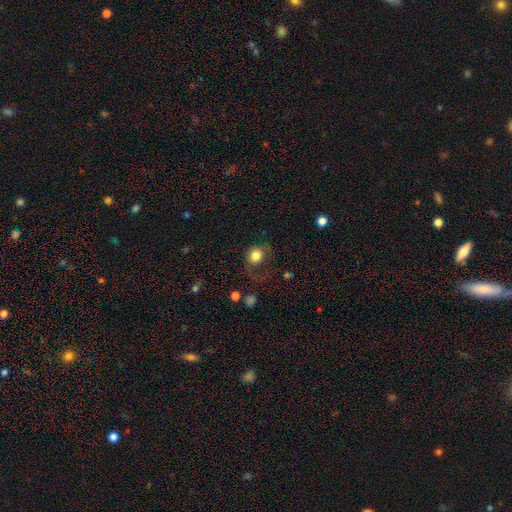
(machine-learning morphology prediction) type=smooth (79%); roundness=round (76%); merging=none (46%).